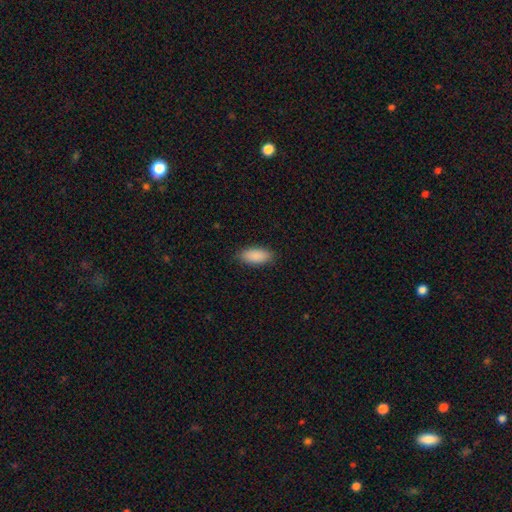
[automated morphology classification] The model was most divided on "merging": none: 87%, minor disturbance: 10%, major disturbance: 2%, merger: 1%. More confident: smooth or featured — smooth (90%); how rounded — in between (88%).